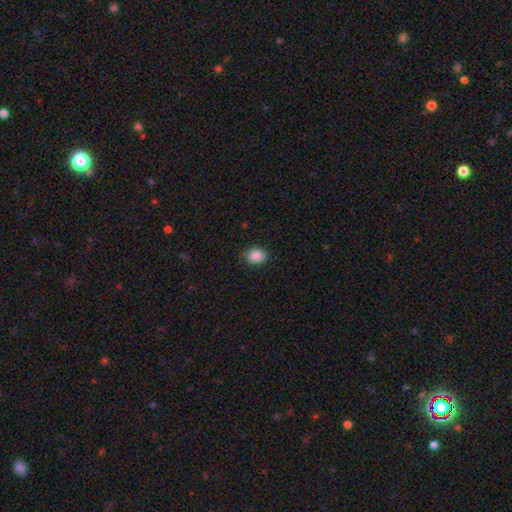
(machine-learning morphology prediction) A smooth galaxy with no disk features (87%) that is round (56%). Merging: none (84%).